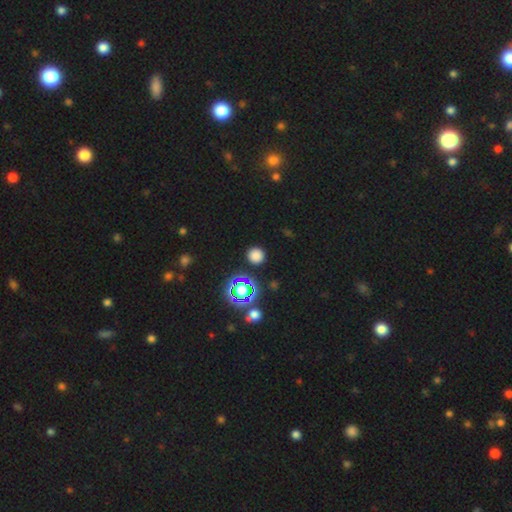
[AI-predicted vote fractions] A smooth galaxy with no disk features (73%) that is round (91%). Merging: none (88%).